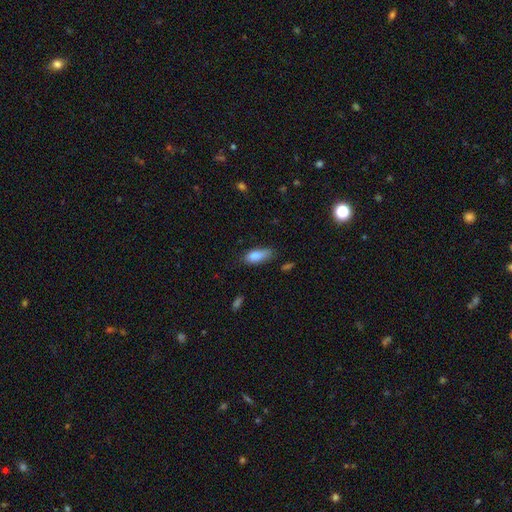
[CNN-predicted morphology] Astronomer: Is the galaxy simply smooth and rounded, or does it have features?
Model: smooth — 85%.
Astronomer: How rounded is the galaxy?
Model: in between — 79%.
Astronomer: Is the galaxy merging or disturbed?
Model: none — 58%.